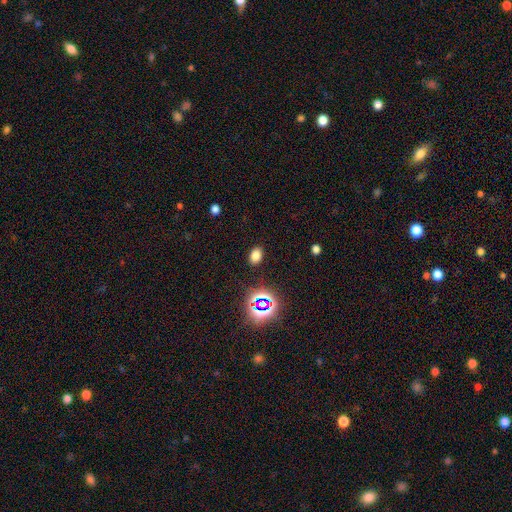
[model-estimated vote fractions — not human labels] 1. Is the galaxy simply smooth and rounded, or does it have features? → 73% smooth, 21% star or artifact, 6% featured or disk.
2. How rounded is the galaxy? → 78% in between, 21% round, 1% cigar-shaped.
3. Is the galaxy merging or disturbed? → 88% none, 8% minor disturbance, 3% major disturbance, 1% merger.